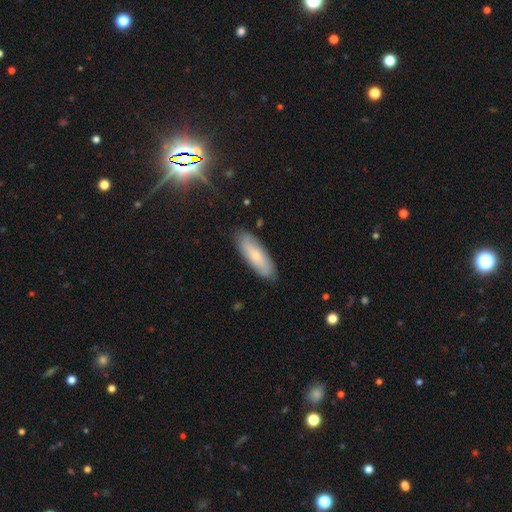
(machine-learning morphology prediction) Smooth or featured: smooth — 62% (featured or disk — 31%)
How rounded: in between — 54% (cigar-shaped — 44%)
Merging: none — 85% (minor disturbance — 12%)